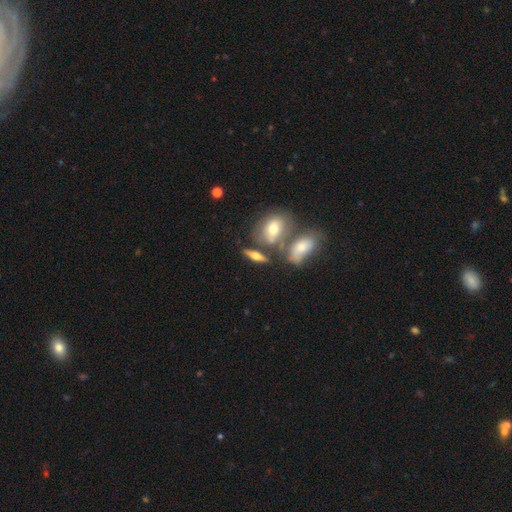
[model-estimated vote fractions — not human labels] A smooth galaxy with no disk features (48%).

Vote fractions:
- Smooth or featured? smooth: 48% / featured or disk: 42% / star or artifact: 10%
- Merging? none: 60% / merger: 21% / minor disturbance: 13% / major disturbance: 6%